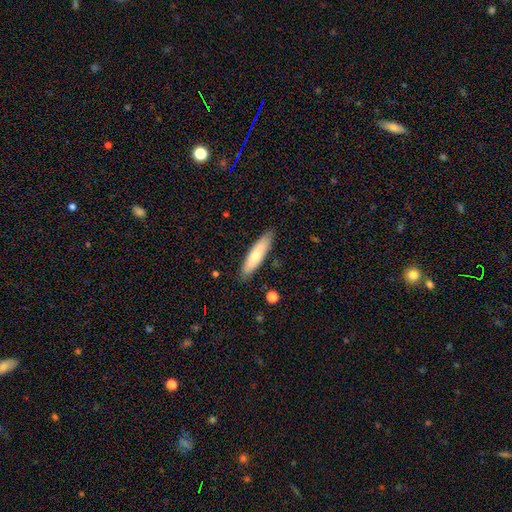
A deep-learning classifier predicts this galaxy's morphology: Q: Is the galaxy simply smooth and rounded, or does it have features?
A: smooth — 70%.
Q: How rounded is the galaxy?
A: cigar-shaped — 73%.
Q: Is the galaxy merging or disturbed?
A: none — 87%.